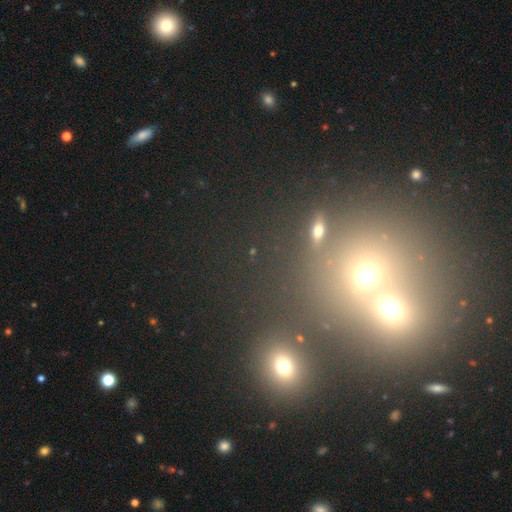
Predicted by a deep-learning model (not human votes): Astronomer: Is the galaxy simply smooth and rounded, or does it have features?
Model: smooth — 43% (runner-up: star or artifact, 42%).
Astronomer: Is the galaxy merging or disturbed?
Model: merger — 48% (runner-up: none, 42%).